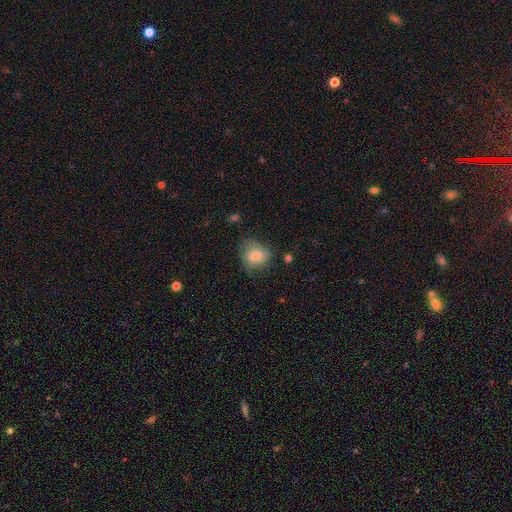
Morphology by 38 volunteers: Q: Smooth or featured?
A: smooth (74%); runner-up: featured or disk (21%)
Q: How rounded?
A: round (50%); tied with: in between (50%)
Q: Merging?
A: none (47%); runner-up: minor disturbance (44%)